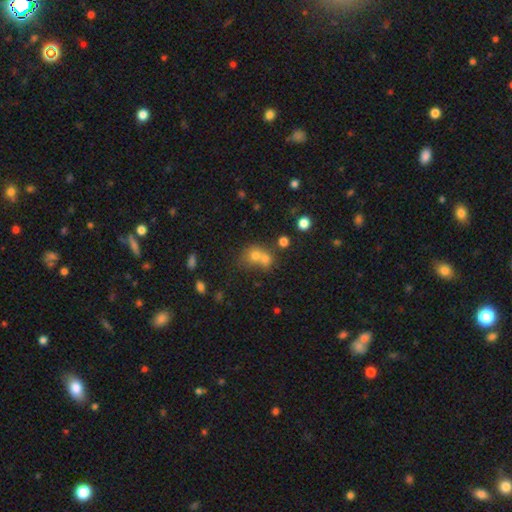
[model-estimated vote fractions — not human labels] smooth 68%, featured or disk 17%, star or artifact 15%. Down the decision tree: how rounded — round (71%); merging — merger (60%).